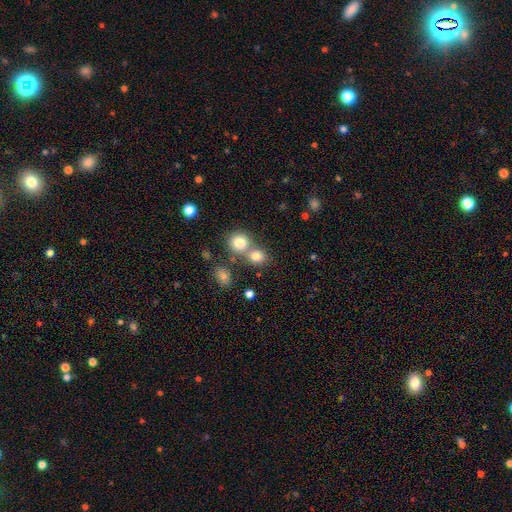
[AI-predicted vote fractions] This appears to be a smooth galaxy with no disk features (78%) that is round (80%). Merging: none (50%).